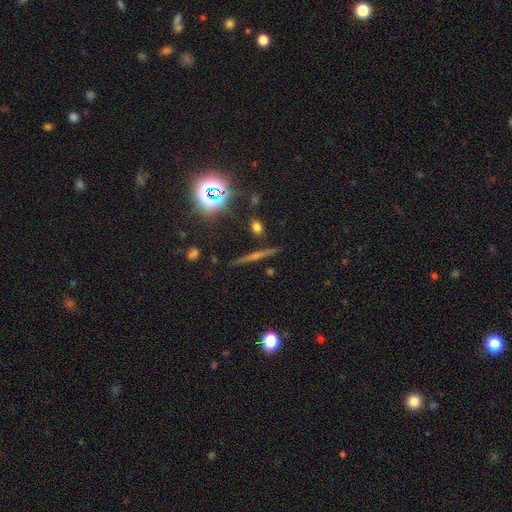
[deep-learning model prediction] Smooth or featured? featured or disk (59%)
Edge-on disk? yes (96%)
Edge-on bulge? rounded (59%)
Merging? none (90%)